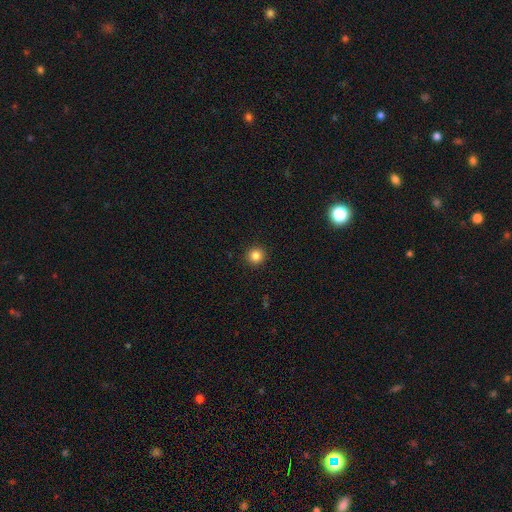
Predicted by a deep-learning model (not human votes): Overall: smooth (84%). How rounded: round (95%). Merging: none (93%).